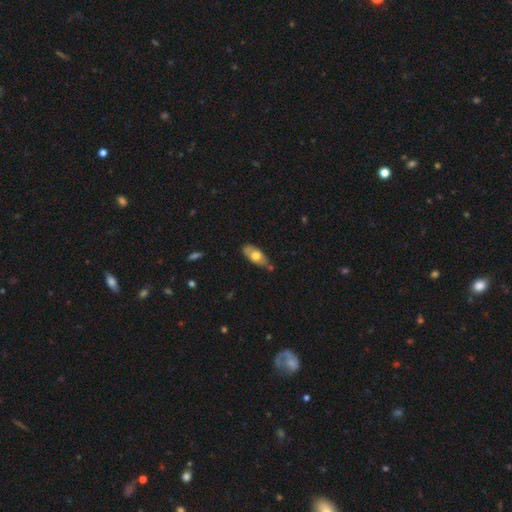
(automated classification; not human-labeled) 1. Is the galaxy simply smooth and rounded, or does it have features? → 57% smooth, 37% featured or disk, 6% star or artifact.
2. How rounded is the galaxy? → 83% in between, 13% cigar-shaped, 4% round.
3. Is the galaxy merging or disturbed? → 60% none, 27% minor disturbance, 8% merger, 5% major disturbance.